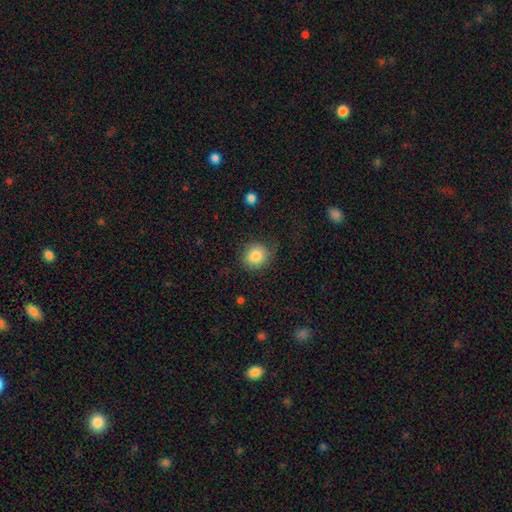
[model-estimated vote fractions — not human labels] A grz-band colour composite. It shows a smooth galaxy with no disk features (84%) that is round (82%). Merging: none (78%).